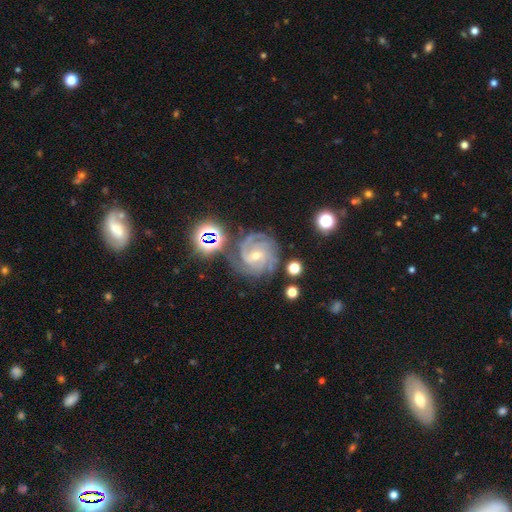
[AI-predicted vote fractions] smooth_or_featured: featured or disk (p=0.87) [alt: star or artifact p=0.08]
disk_edge_on: no (p=0.98) [alt: yes p=0.02]
bar: no (p=0.49) [alt: weak p=0.39]
has_spiral_arms: yes (p=0.98) [alt: no p=0.02]
spiral_winding: tight (p=0.67) [alt: medium p=0.29]
spiral_arm_count: 3 (p=0.34) [alt: 4 p=0.26]
bulge_size: small (p=0.62) [alt: moderate p=0.34]
merging: none (p=0.70) [alt: minor disturbance p=0.17]